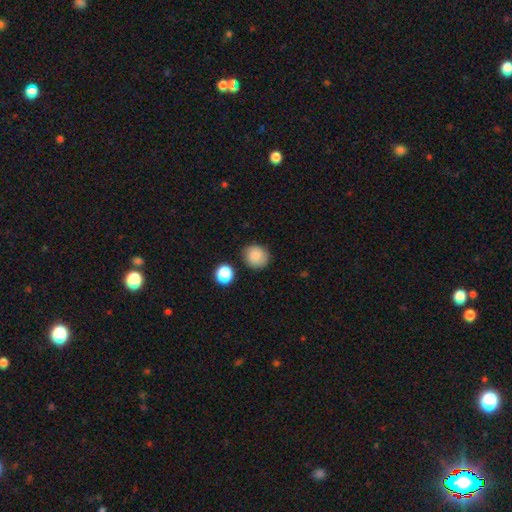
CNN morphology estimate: Q: Smooth or featured?
A: smooth (86%); runner-up: star or artifact (9%)
Q: How rounded?
A: round (83%); runner-up: in between (16%)
Q: Merging?
A: none (83%); runner-up: minor disturbance (11%)